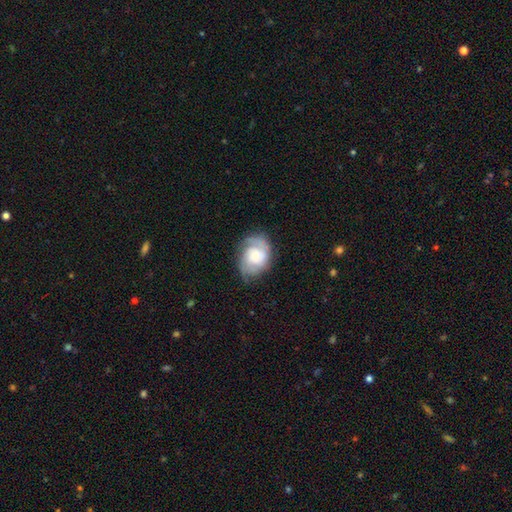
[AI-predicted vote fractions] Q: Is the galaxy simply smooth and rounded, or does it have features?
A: featured or disk — 66%.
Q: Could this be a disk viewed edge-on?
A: no — 97%.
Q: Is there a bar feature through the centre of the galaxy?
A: no — 73%.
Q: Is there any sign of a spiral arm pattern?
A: yes — 88%.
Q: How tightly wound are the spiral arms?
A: tight — 46%.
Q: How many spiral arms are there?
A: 2 — 57%.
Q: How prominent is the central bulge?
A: small — 43%.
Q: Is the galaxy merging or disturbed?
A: none — 63%.